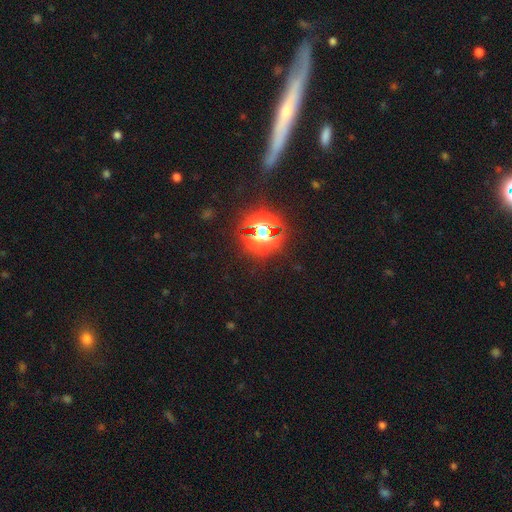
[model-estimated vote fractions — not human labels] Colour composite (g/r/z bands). It shows a star or artifact, not a galaxy (45%).